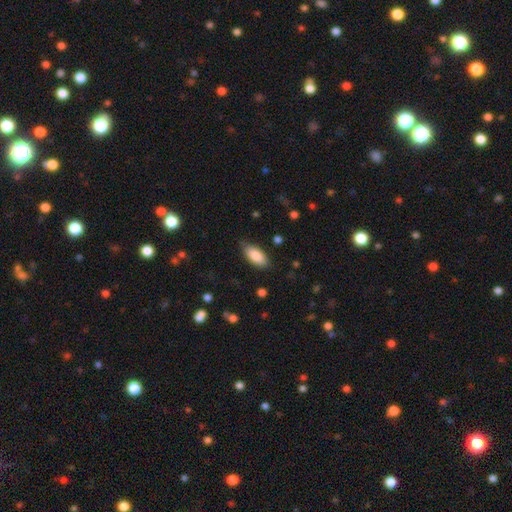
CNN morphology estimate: A smooth galaxy with no disk features (86%) that is in between round and cigar-shaped (89%). Merging: none (81%).